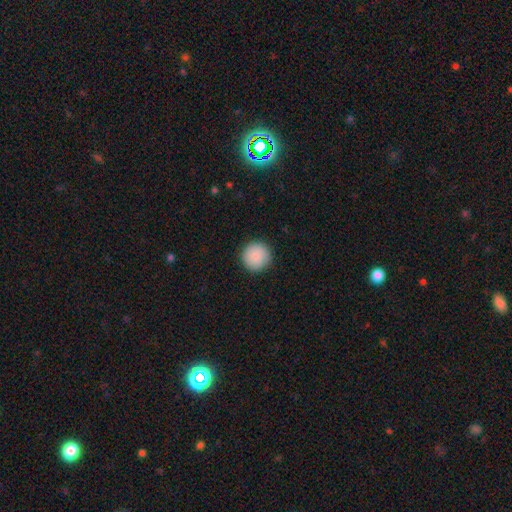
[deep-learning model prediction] Smooth or featured? Predicted: smooth (p=0.88). How rounded? Predicted: round (p=0.96). Merging? Predicted: none (p=0.91).